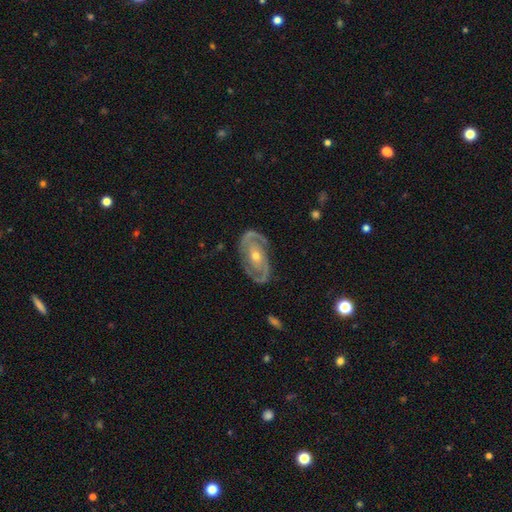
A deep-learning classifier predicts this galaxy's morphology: Q: Smooth or featured?
A: featured or disk (89%); runner-up: smooth (6%)
Q: Edge-on disk?
A: no (96%); runner-up: yes (4%)
Q: Bar?
A: no (61%); runner-up: weak (26%)
Q: Spiral arms?
A: yes (94%); runner-up: no (6%)
Q: Spiral winding?
A: tight (47%); runner-up: medium (43%)
Q: Spiral arm count?
A: 2 (89%); runner-up: can't tell (5%)
Q: Bulge size?
A: moderate (60%); runner-up: small (36%)
Q: Merging?
A: none (82%); runner-up: minor disturbance (13%)